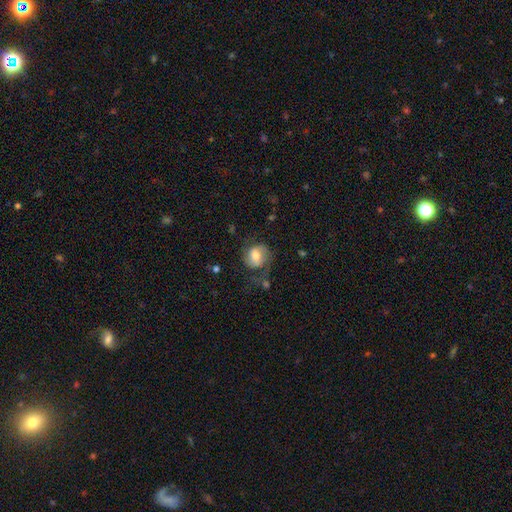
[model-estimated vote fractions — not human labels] smooth_or_featured: smooth (p=0.55) [alt: featured or disk p=0.37]
how_rounded: round (p=0.69) [alt: in between p=0.30]
merging: none (p=0.55) [alt: minor disturbance p=0.22]